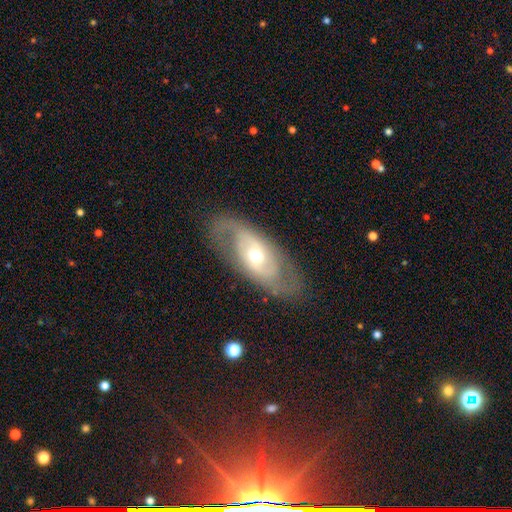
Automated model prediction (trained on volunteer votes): This is likely a featured or disk galaxy (72%). It is clearly not viewed edge-on (88%). Bar: likely no (68%). Spiral arm pattern: likely yes (64%). Central bulge: likely moderate (67%). Merging: likely none (77%).